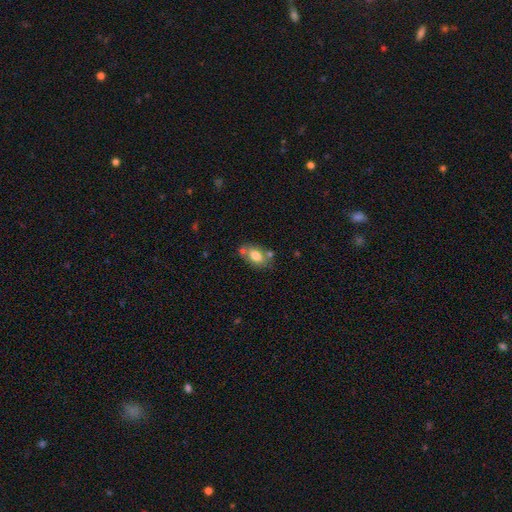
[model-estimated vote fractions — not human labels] This is likely a smooth galaxy (73%). How rounded: clearly in between (87%). Merging: possibly none (58%).